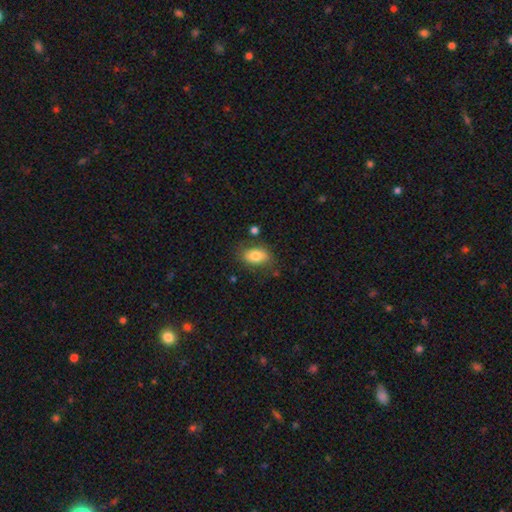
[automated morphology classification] This appears to be a smooth galaxy with no disk features (77%) that is in between round and cigar-shaped (88%). Merging: none (72%).